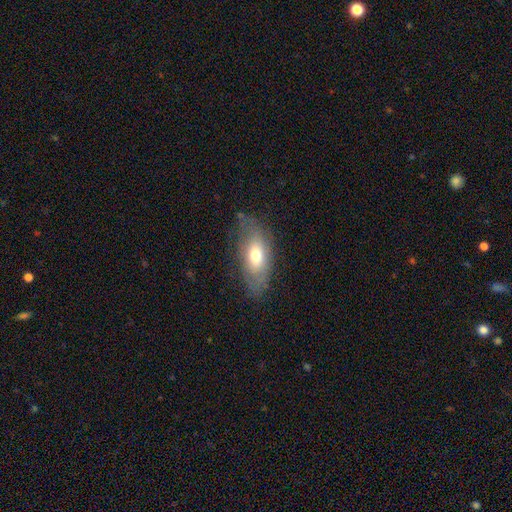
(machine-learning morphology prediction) Smooth or featured? Predicted: smooth (p=0.62). How rounded? Predicted: in between (p=0.82). Merging? Predicted: none (p=0.68).